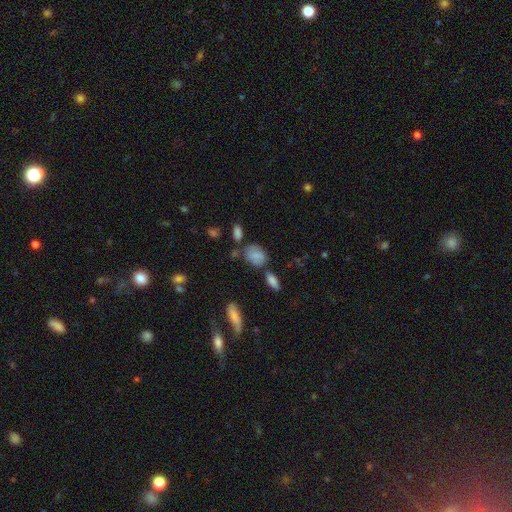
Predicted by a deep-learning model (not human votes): Smooth or featured: smooth — 77% (featured or disk — 12%)
How rounded: in between — 74% (round — 24%)
Merging: none — 57% (minor disturbance — 22%)